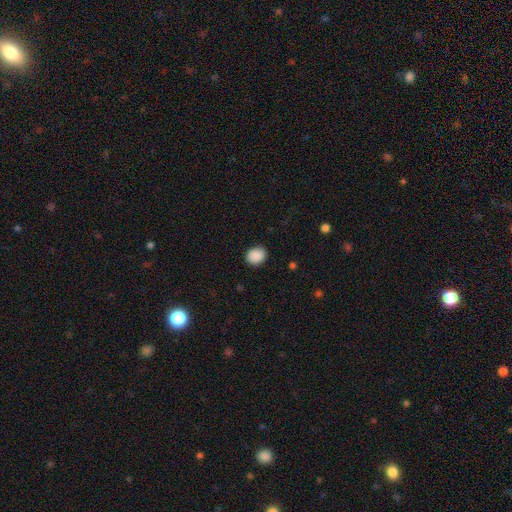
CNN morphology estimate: Q: Smooth or featured?
A: smooth (90%); runner-up: star or artifact (8%)
Q: How rounded?
A: round (57%); runner-up: in between (42%)
Q: Merging?
A: none (87%); runner-up: minor disturbance (10%)